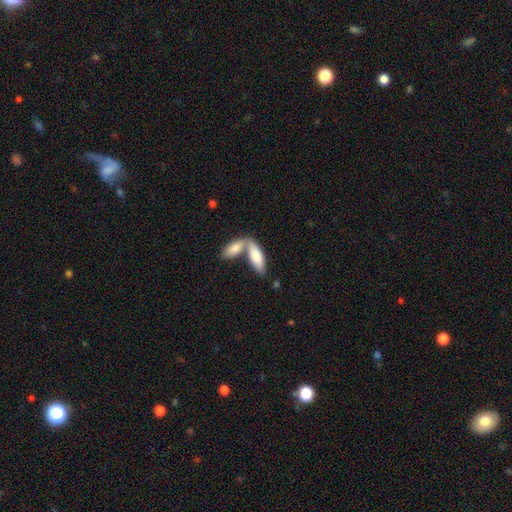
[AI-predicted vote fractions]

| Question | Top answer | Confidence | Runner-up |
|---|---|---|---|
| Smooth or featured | smooth | 79% | featured or disk (16%) |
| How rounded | in between | 69% | cigar-shaped (29%) |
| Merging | merger | 59% | none (29%) |